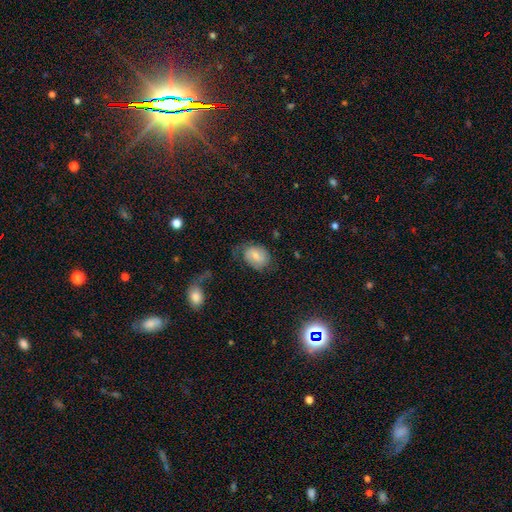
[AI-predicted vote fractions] A smooth galaxy with no disk features (51%) that is in between round and cigar-shaped (63%).

Vote fractions:
- Smooth or featured? smooth: 51% / featured or disk: 40% / star or artifact: 9%
- How rounded? in between: 63% / round: 36% / cigar-shaped: 1%
- Merging? none: 50% / minor disturbance: 26% / major disturbance: 21% / merger: 3%